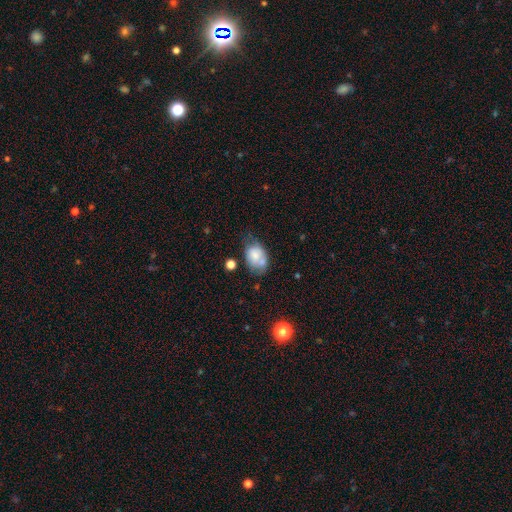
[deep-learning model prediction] smooth_or_featured: smooth (p=0.69) [alt: featured or disk p=0.21]
how_rounded: in between (p=0.75) [alt: round p=0.23]
merging: none (p=0.37) [alt: minor disturbance p=0.29]